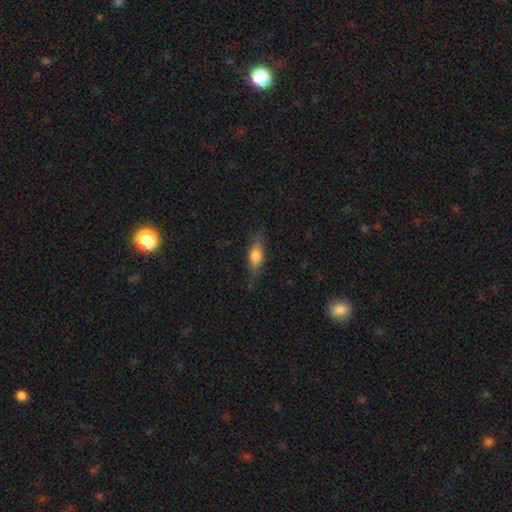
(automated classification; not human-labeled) This is likely a smooth galaxy (64%). How rounded: likely in between (70%). Merging: likely none (76%).